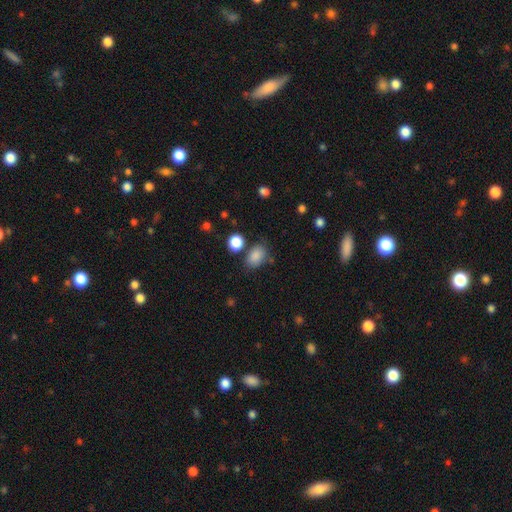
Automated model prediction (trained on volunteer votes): Smooth or featured? Predicted: smooth (p=0.86). How rounded? Predicted: in between (p=0.76). Merging? Predicted: none (p=0.69).